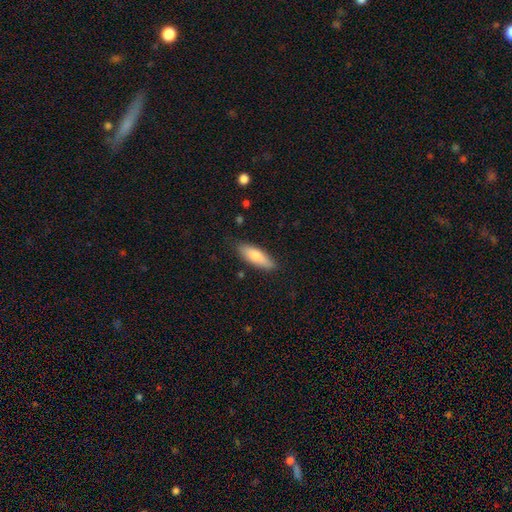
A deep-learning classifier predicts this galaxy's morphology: Smooth or featured? smooth (77%)
How rounded? in between (57%)
Merging? none (83%)